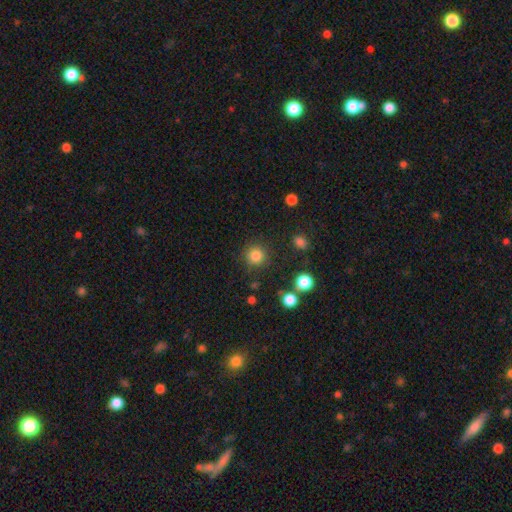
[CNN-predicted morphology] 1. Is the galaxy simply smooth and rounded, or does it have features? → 83% smooth, 12% star or artifact, 4% featured or disk.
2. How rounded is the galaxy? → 94% round, 5% in between, 1% cigar-shaped.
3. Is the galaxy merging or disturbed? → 87% none, 7% minor disturbance, 3% major disturbance, 3% merger.